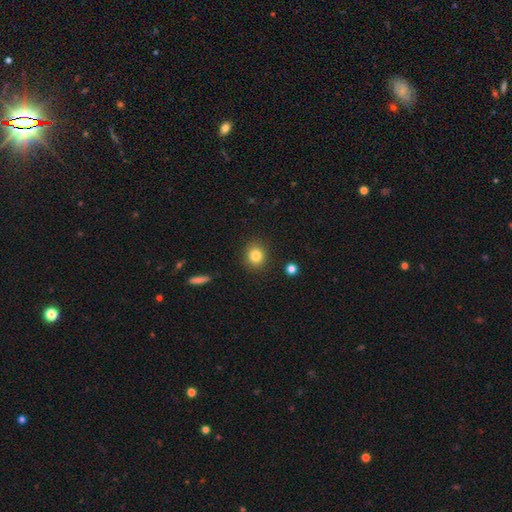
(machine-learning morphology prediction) The model was most divided on "how rounded": round: 81%, in between: 18%, cigar-shaped: 1%. More confident: merging — none (89%); smooth or featured — smooth (83%).